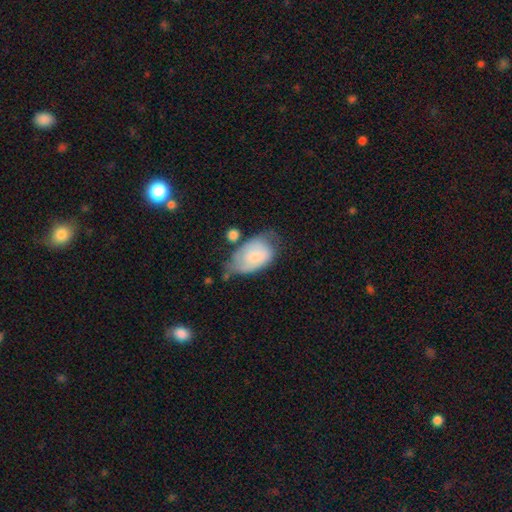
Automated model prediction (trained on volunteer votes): smooth_or_featured: smooth (p=0.59) [alt: featured or disk p=0.35]
how_rounded: in between (p=0.89) [alt: round p=0.09]
merging: minor disturbance (p=0.36) [tied with: none p=0.36]